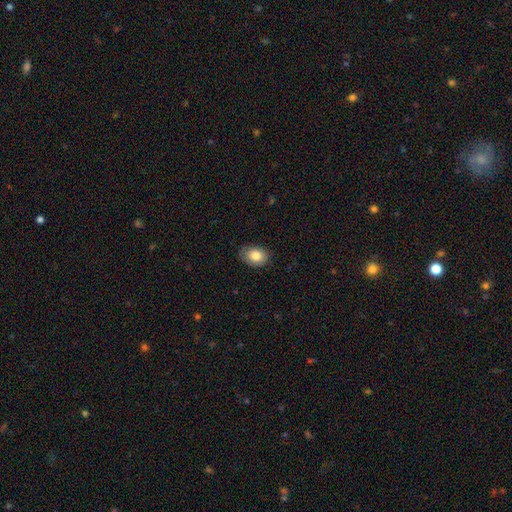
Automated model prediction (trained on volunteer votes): smooth 82%, featured or disk 10%, star or artifact 8%. Down the decision tree: how rounded — in between (75%); merging — none (81%).